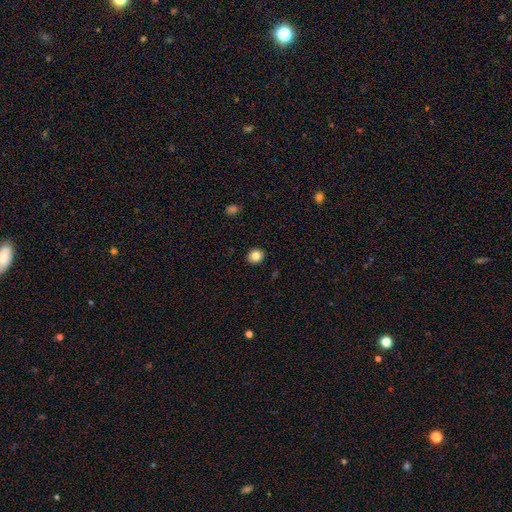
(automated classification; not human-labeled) Morphology: type=smooth (83%); roundness=round (77%); merging=none (92%).